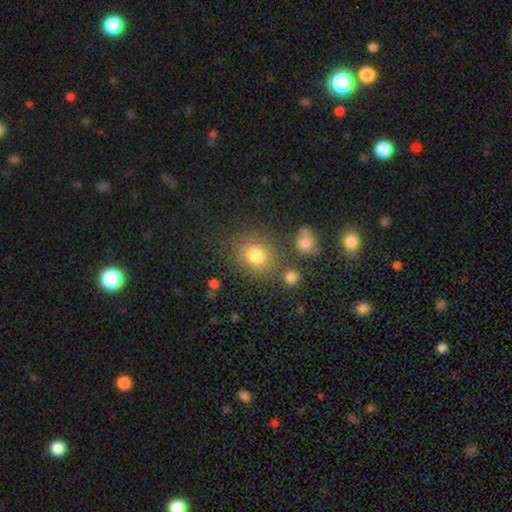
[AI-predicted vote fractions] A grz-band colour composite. It shows a smooth galaxy with no disk features (75%) that is round (76%). Merging: none (75%).